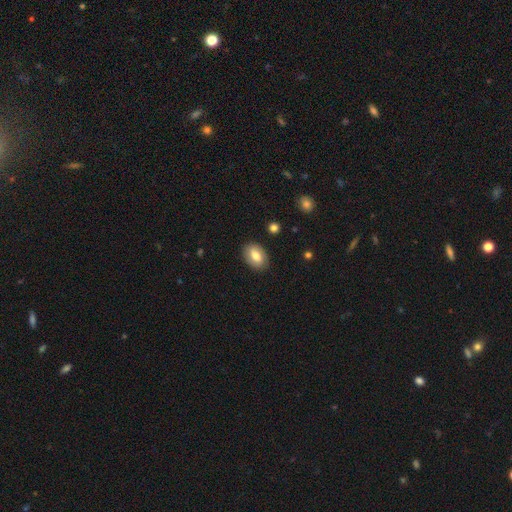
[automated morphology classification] This appears to be a smooth galaxy with no disk features (71%) that is in between round and cigar-shaped (83%). Merging: none (86%).